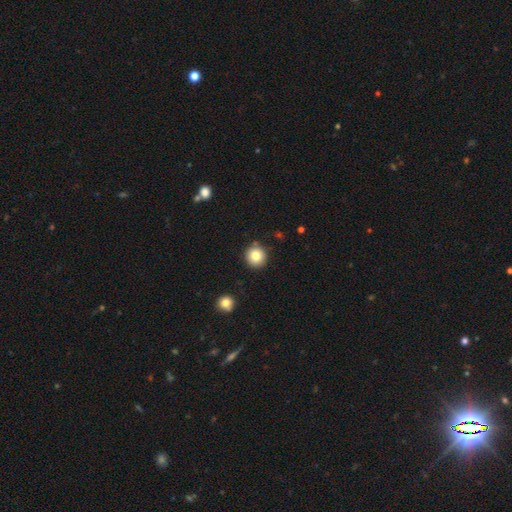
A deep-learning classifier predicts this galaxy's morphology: smooth-or-featured: smooth: 82% | star or artifact: 10% | featured or disk: 8%
  how-rounded: round: 94% | in between: 5% | cigar-shaped: 1%
  merging: none: 88% | minor disturbance: 7% | merger: 3% | major disturbance: 2%